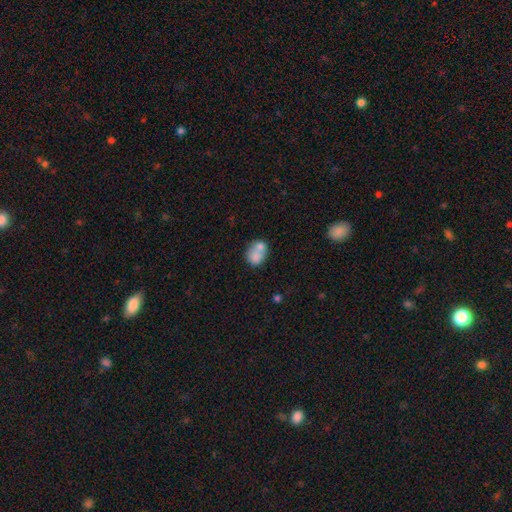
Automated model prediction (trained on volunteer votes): Smooth or featured?
  - smooth: 75% *
  - featured or disk: 16%
  - star or artifact: 9%
How rounded?
  - in between: 49% * (tied)
  - round: 49% * (tied)
  - cigar-shaped: 1%
Merging?
  - merger: 48% *
  - none: 35%
  - minor disturbance: 12%
  - major disturbance: 5%